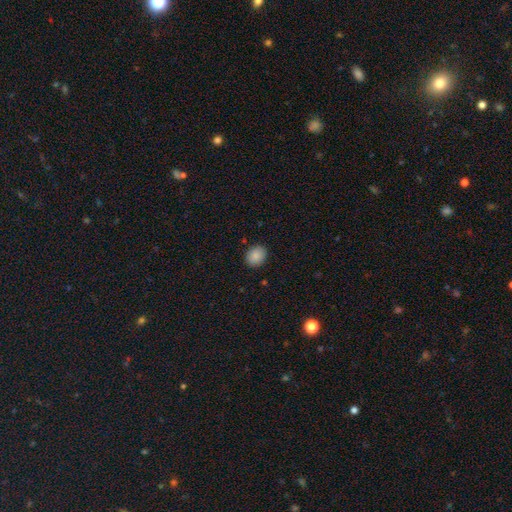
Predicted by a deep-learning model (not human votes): A smooth galaxy with no disk features (88%) that is round (51%).

Vote fractions:
- Smooth or featured? smooth: 88% / star or artifact: 8% / featured or disk: 4%
- How rounded? round: 51% / in between: 48% / cigar-shaped: 1%
- Merging? none: 89% / minor disturbance: 8% / major disturbance: 2% / merger: 1%